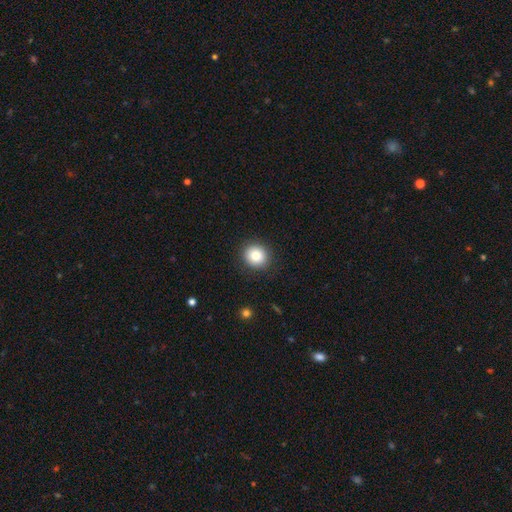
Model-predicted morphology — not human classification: smooth-or-featured: smooth: 83% | star or artifact: 9% | featured or disk: 8%
  how-rounded: round: 86% | in between: 14% | cigar-shaped: 1%
  merging: none: 90% | minor disturbance: 7% | major disturbance: 2% | merger: 1%